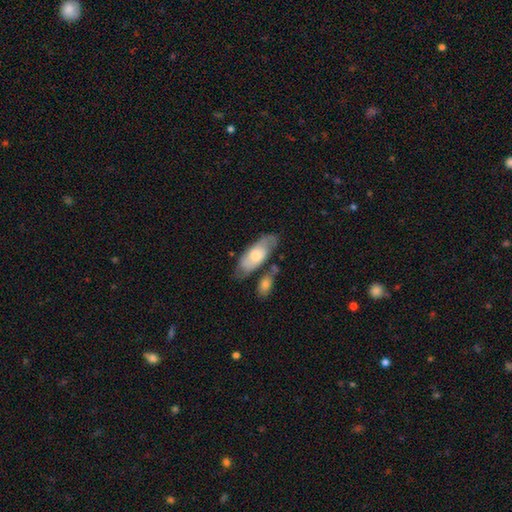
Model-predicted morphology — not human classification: smooth_or_featured: smooth (p=0.53) [alt: featured or disk p=0.42]
how_rounded: in between (p=0.80) [alt: cigar-shaped p=0.18]
merging: none (p=0.59) [alt: minor disturbance p=0.20]